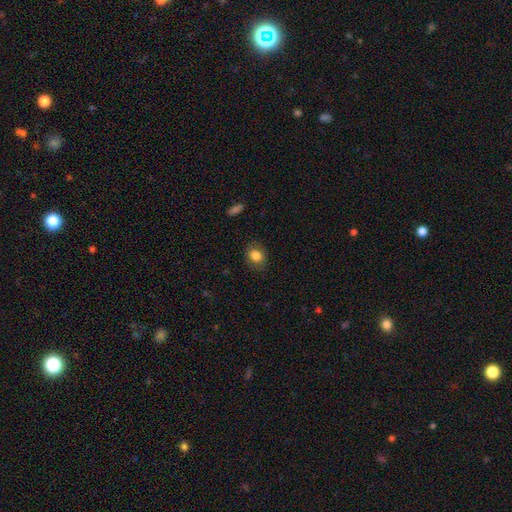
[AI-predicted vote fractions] Q: Smooth or featured?
A: smooth (82%); runner-up: star or artifact (9%)
Q: How rounded?
A: round (50%); runner-up: in between (49%)
Q: Merging?
A: none (82%); runner-up: minor disturbance (13%)